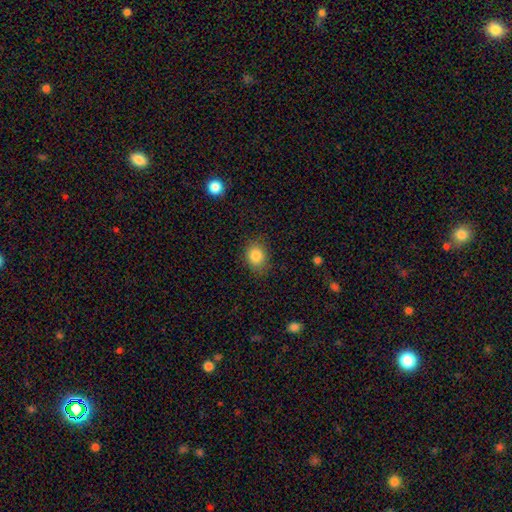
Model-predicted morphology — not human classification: Overall: smooth (85%). How rounded: round (54%; in between 45%). Merging: none (79%).